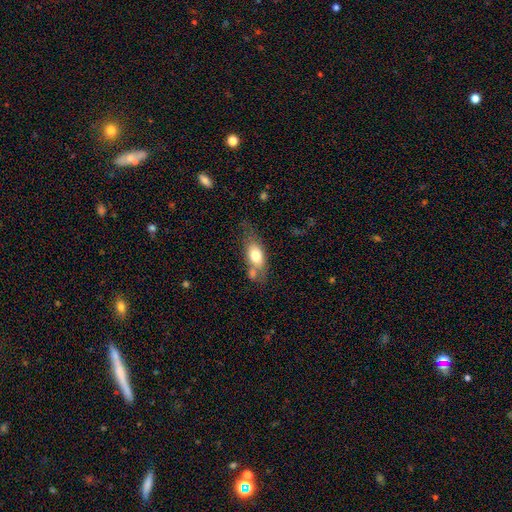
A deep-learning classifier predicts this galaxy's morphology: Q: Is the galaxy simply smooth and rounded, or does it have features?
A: smooth — 69%.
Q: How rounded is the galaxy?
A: in between — 81%.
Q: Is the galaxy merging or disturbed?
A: none — 44%.